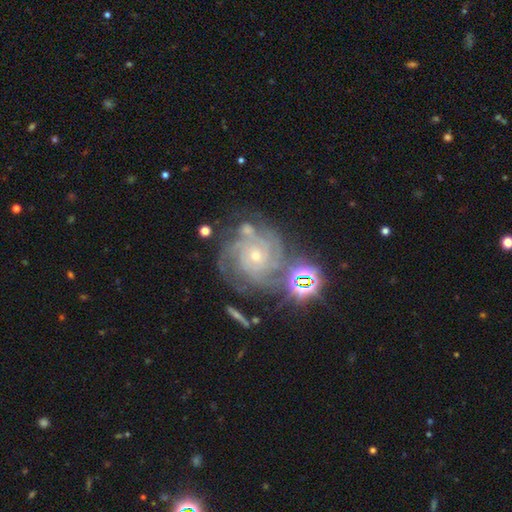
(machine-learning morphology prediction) This is clearly a featured or disk galaxy (84%). It is clearly not viewed edge-on (98%). Bar: likely no (77%). Spiral arm pattern: clearly yes (97%). Spiral arm count: marginally 4 (28%). Spiral winding: likely tight (73%). Central bulge: likely small (71%). Merging: likely none (63%).